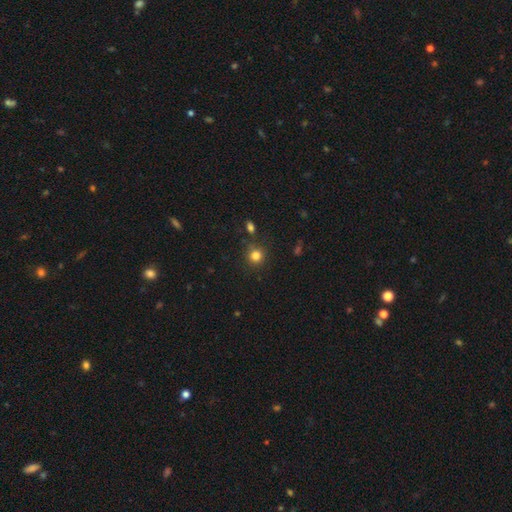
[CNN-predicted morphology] type=smooth (81%); roundness=round (91%); merging=none (82%).